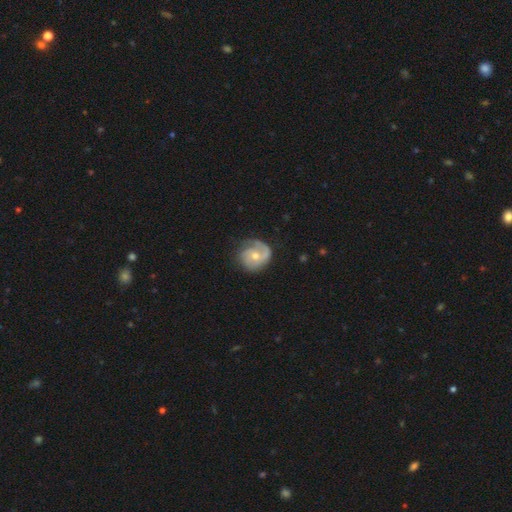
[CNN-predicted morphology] featured or disk 73%, smooth 21%, star or artifact 6%. Down the decision tree: edge-on disk — no (98%); bar — no (73%); spiral arms — yes (91%); spiral arm count — 2 (41%); spiral winding — tight (40%, tied with medium); bulge size — moderate (56%); merging — none (65%).